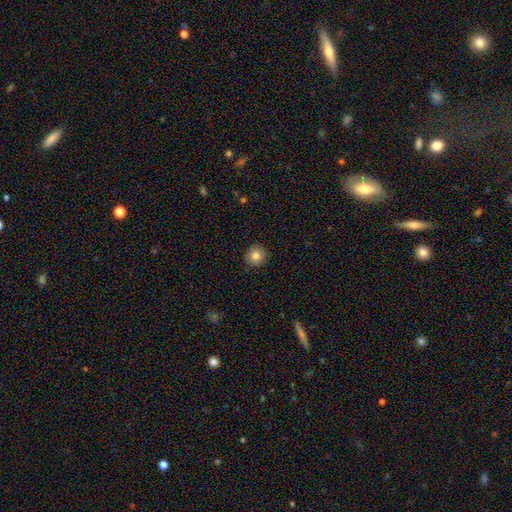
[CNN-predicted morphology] Smooth or featured? smooth (82%)
How rounded? round (90%)
Merging? none (89%)